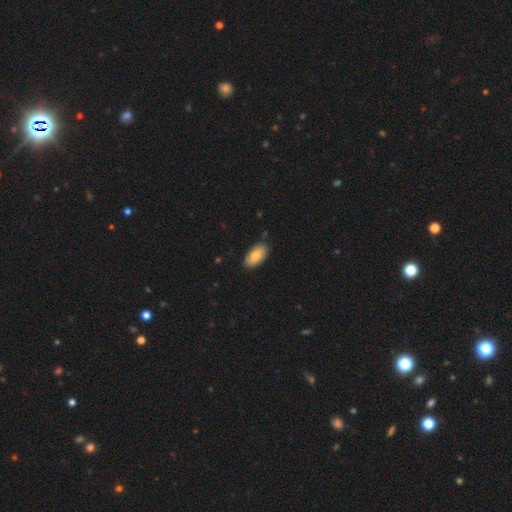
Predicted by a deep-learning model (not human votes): Smooth or featured? Predicted: smooth (p=0.82). How rounded? Predicted: in between (p=0.94). Merging? Predicted: none (p=0.84).